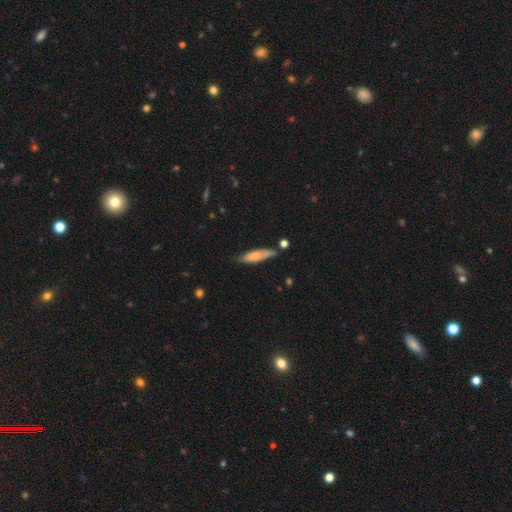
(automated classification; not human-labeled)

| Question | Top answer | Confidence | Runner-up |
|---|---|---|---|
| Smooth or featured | smooth | 67% | featured or disk (27%) |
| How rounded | cigar-shaped | 65% | in between (33%) |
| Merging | none | 61% | minor disturbance (30%) |